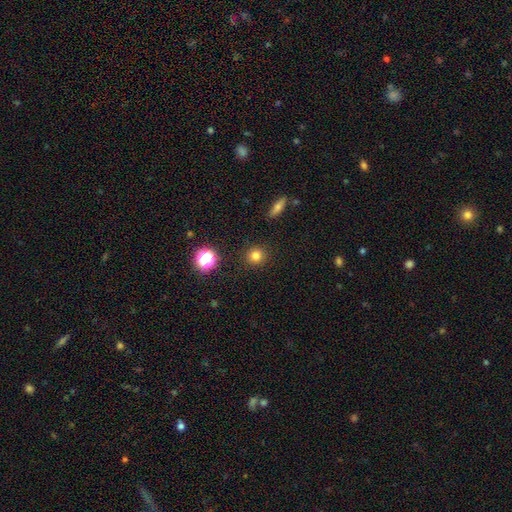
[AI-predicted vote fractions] Smooth or featured?
  - smooth: 80% *
  - star or artifact: 15%
  - featured or disk: 6%
How rounded?
  - round: 92% *
  - in between: 7%
  - cigar-shaped: 1%
Merging?
  - none: 90% *
  - minor disturbance: 6%
  - major disturbance: 2%
  - merger: 2%